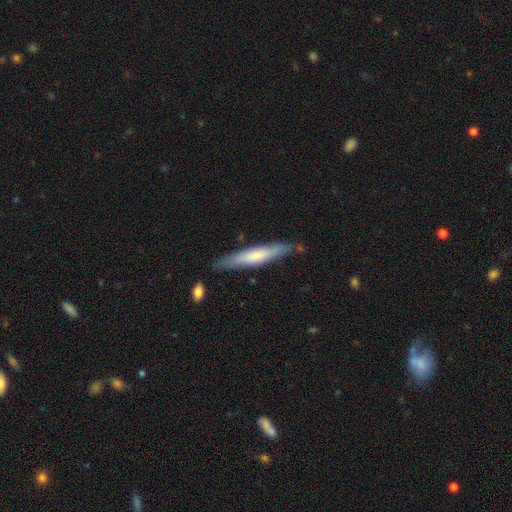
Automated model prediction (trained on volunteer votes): Q: Smooth or featured?
A: smooth (58%); runner-up: featured or disk (37%)
Q: How rounded?
A: cigar-shaped (90%); runner-up: in between (9%)
Q: Merging?
A: none (81%); runner-up: minor disturbance (13%)